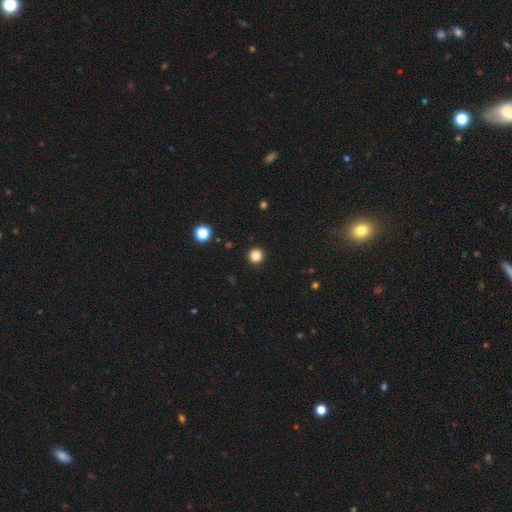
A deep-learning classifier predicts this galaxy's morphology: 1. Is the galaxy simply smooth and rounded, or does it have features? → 85% smooth, 12% star or artifact, 3% featured or disk.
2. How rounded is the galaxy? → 94% round, 5% in between, 1% cigar-shaped.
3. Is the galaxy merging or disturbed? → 92% none, 5% minor disturbance, 2% major disturbance, 1% merger.